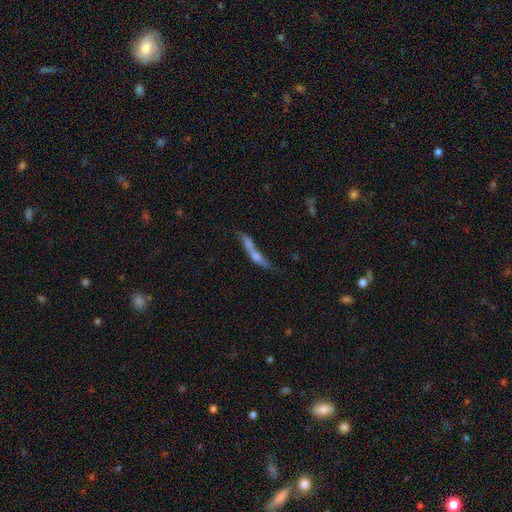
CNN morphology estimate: A smooth galaxy with no disk features (44%, tied with featured or disk). Merging: merger (40%).